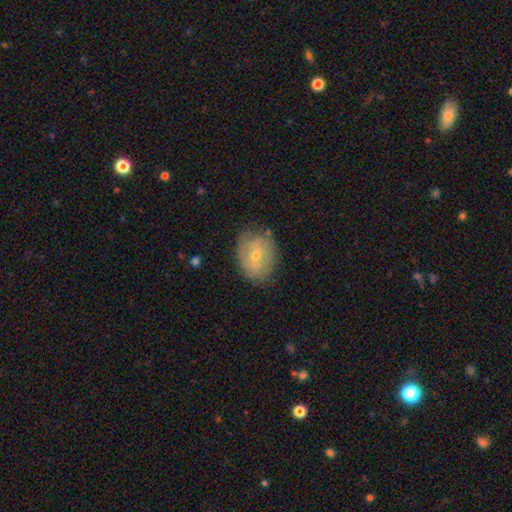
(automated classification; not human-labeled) This is possibly a smooth galaxy (50%). Merging: likely none (73%).